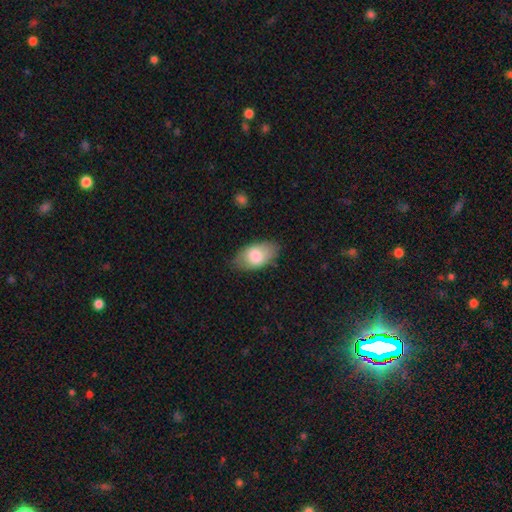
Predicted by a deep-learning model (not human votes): A smooth galaxy with no disk features (79%) that is in between round and cigar-shaped (93%).

Vote fractions:
- Smooth or featured? smooth: 79% / featured or disk: 15% / star or artifact: 6%
- How rounded? in between: 93% / round: 5% / cigar-shaped: 2%
- Merging? none: 78% / minor disturbance: 17% / major disturbance: 4% / merger: 1%